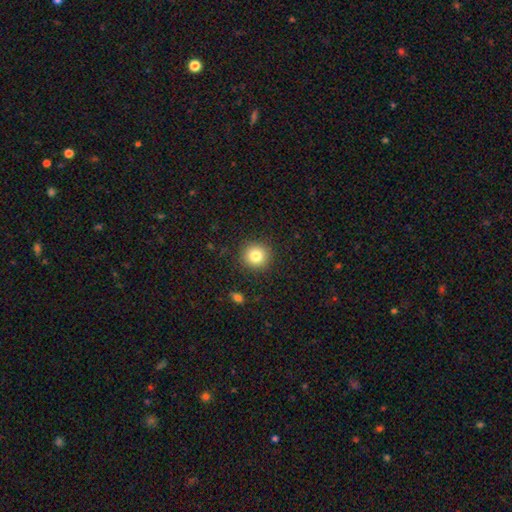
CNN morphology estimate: Overall: smooth (82%). How rounded: round (93%). Merging: none (91%).